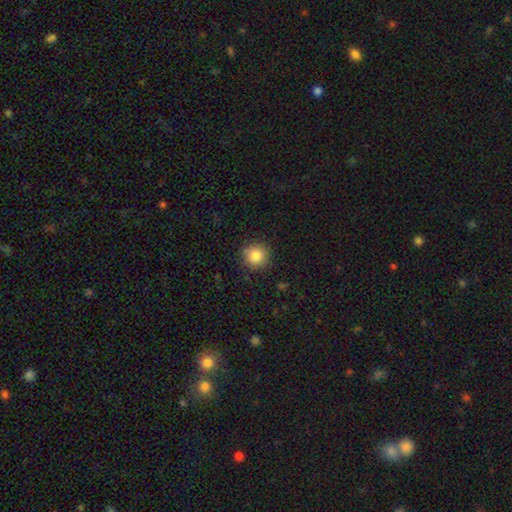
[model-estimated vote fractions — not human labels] The model was most divided on "smooth or featured": smooth: 85%, star or artifact: 10%, featured or disk: 5%. More confident: how rounded — round (93%); merging — none (88%).